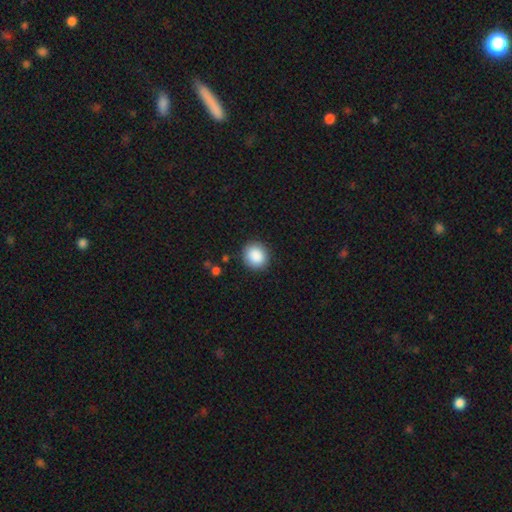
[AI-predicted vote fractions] Morphology: type=smooth (89%); roundness=round (81%); merging=none (89%).